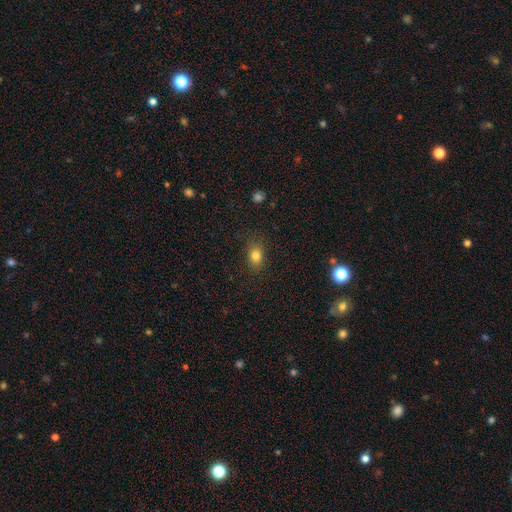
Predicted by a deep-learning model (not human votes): Overall: smooth (81%). How rounded: in between (67%; round 31%). Merging: none (82%).